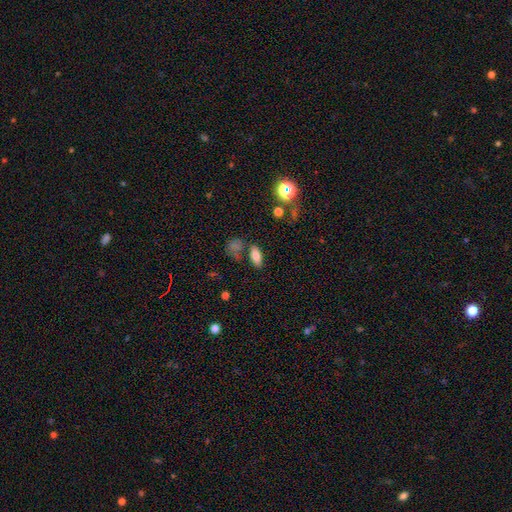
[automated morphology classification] Smooth or featured?
  - smooth: 78% *
  - star or artifact: 11%
  - featured or disk: 11%
How rounded?
  - in between: 83% *
  - cigar-shaped: 12%
  - round: 5%
Merging?
  - none: 71% *
  - minor disturbance: 13%
  - merger: 11%
  - major disturbance: 5%